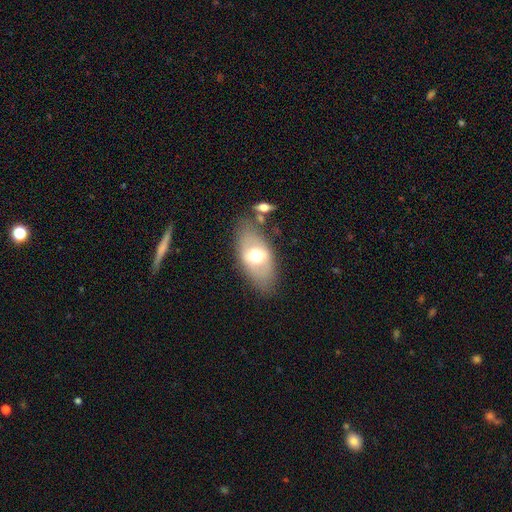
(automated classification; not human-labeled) smooth-or-featured: smooth: 53% | featured or disk: 40% | star or artifact: 7%
  how-rounded: in between: 90% | round: 6% | cigar-shaped: 4%
  merging: none: 76% | minor disturbance: 13% | merger: 5% | major disturbance: 5%